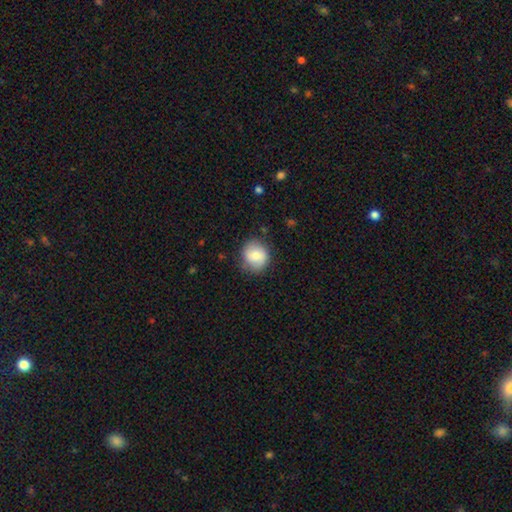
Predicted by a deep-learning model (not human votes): Smooth or featured?
  - smooth: 75% *
  - featured or disk: 18%
  - star or artifact: 7%
How rounded?
  - round: 81% *
  - in between: 18%
  - cigar-shaped: 1%
Merging?
  - none: 77% *
  - minor disturbance: 17%
  - major disturbance: 4%
  - merger: 1%